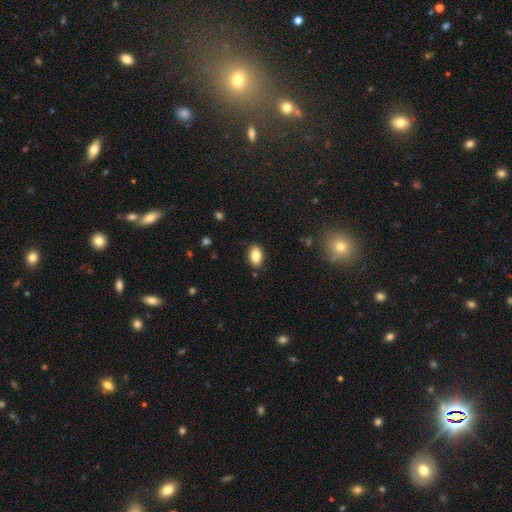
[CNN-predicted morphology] Smooth or featured?
  - smooth: 84% *
  - star or artifact: 8%
  - featured or disk: 8%
How rounded?
  - in between: 87% *
  - round: 11%
  - cigar-shaped: 2%
Merging?
  - none: 87% *
  - minor disturbance: 9%
  - major disturbance: 2%
  - merger: 1%